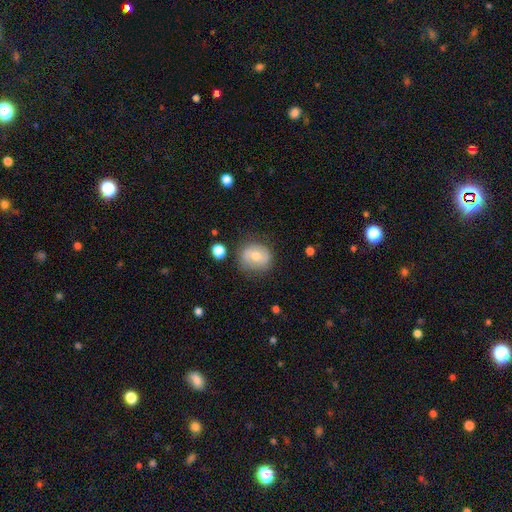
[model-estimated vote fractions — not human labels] The model was most divided on "smooth or featured": smooth: 60%, featured or disk: 32%, star or artifact: 9%. More confident: how rounded — round (77%); merging — none (74%).